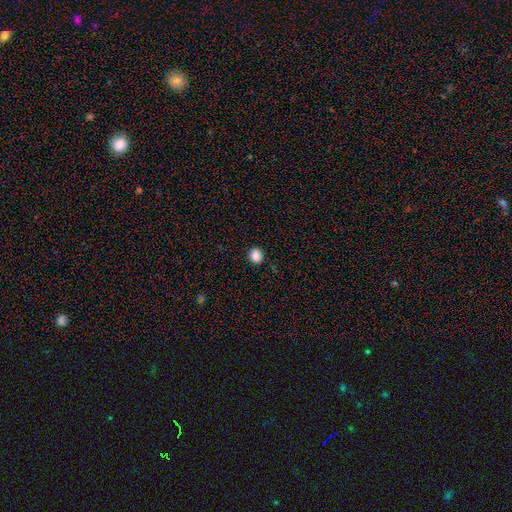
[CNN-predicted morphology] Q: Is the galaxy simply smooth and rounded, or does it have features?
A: smooth — 87%.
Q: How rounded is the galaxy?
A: round — 66%.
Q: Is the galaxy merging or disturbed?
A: none — 89%.